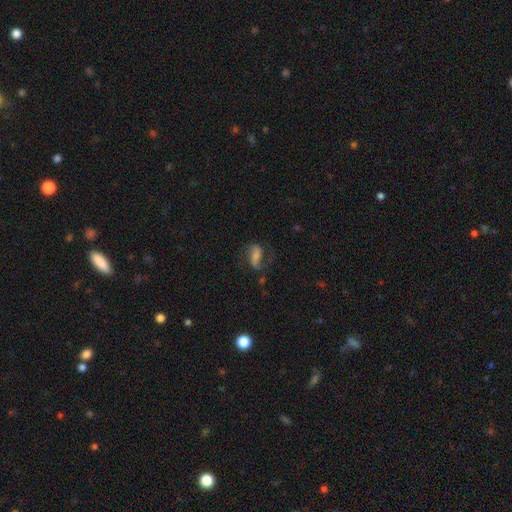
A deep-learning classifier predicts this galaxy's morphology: This is possibly a featured or disk galaxy (57%). It is clearly not viewed edge-on (94%). Bar: marginally strong (35%, tied with weak). Spiral arm pattern: clearly yes (88%). Central bulge: marginally small (43%). Merging: likely none (61%).